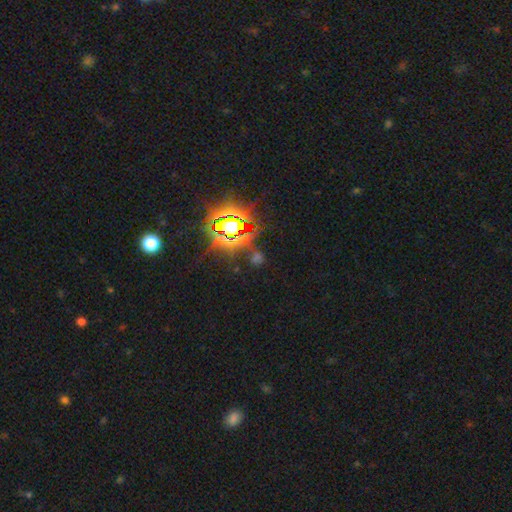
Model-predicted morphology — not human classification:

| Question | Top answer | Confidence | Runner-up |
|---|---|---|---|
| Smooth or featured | star or artifact | 76% | smooth (16%) |